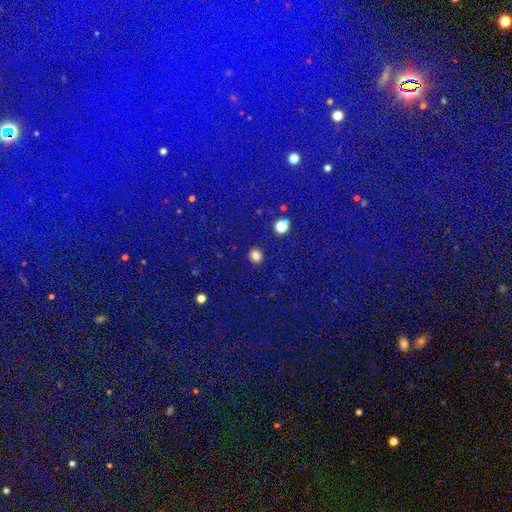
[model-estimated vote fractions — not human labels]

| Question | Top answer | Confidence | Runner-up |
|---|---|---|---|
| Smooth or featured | smooth | 80% | star or artifact (15%) |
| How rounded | round | 73% | in between (26%) |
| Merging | none | 90% | minor disturbance (6%) |